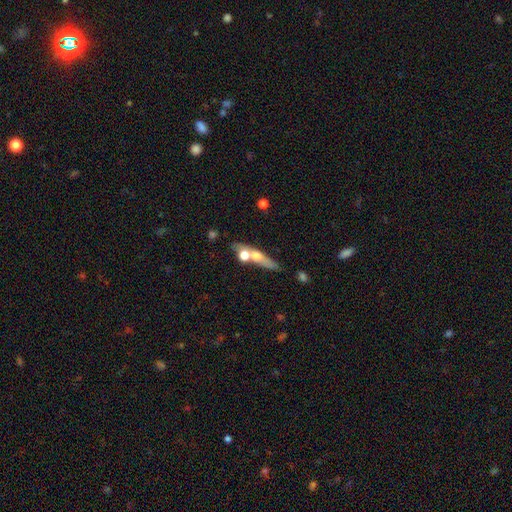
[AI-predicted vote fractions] smooth_or_featured: featured or disk (p=0.46) [tied with: smooth p=0.46]
merging: none (p=0.56) [alt: merger p=0.23]